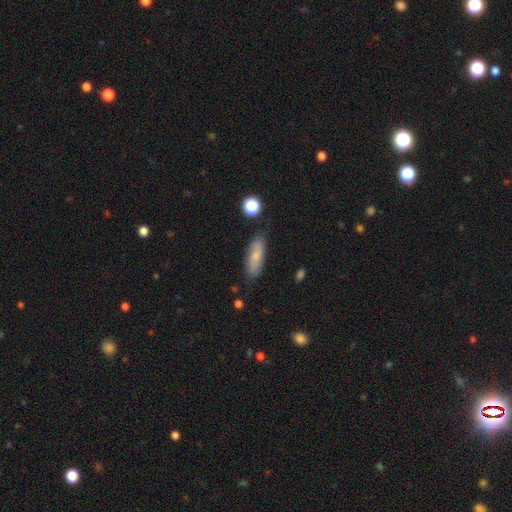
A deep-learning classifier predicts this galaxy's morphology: Smooth or featured: smooth — 71% (featured or disk — 22%)
How rounded: in between — 54% (cigar-shaped — 43%)
Merging: none — 81% (minor disturbance — 14%)